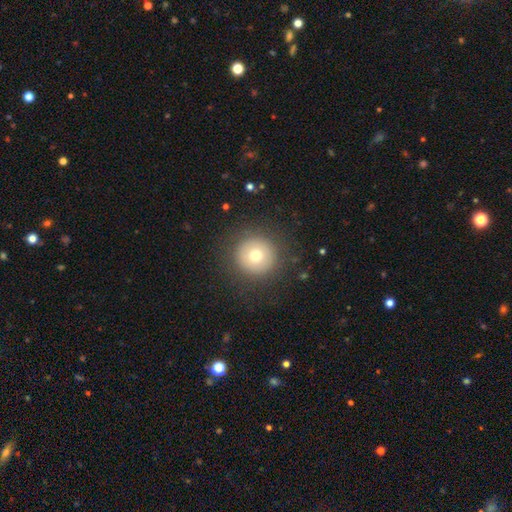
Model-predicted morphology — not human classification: Smooth or featured? Predicted: smooth (p=0.71). How rounded? Predicted: round (p=0.96). Merging? Predicted: none (p=0.89).